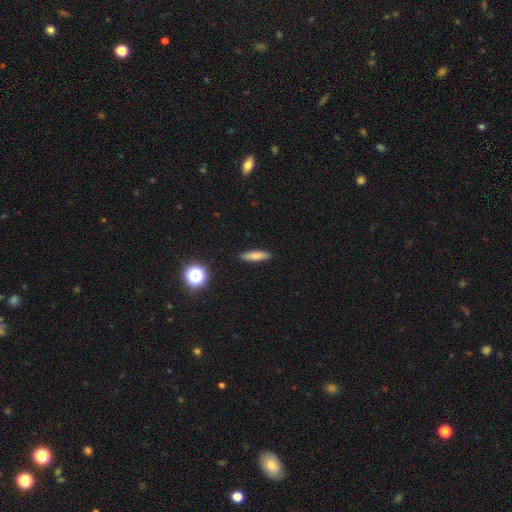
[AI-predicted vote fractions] smooth_or_featured: smooth (p=0.75) [alt: featured or disk p=0.16]
how_rounded: cigar-shaped (p=0.71) [alt: in between p=0.26]
merging: none (p=0.90) [alt: minor disturbance p=0.07]